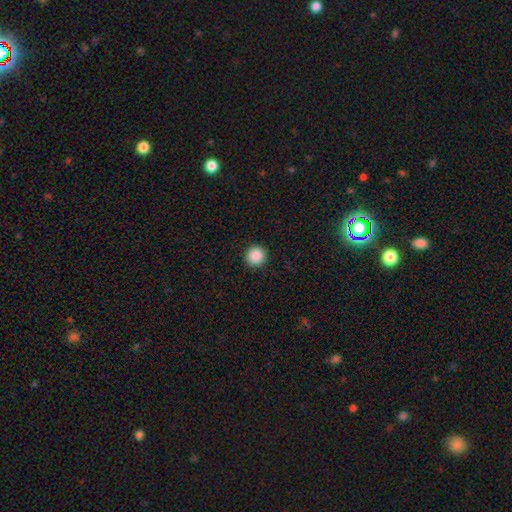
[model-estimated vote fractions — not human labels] The model was most divided on "smooth or featured": smooth: 88%, star or artifact: 9%, featured or disk: 2%. More confident: how rounded — round (96%); merging — none (93%).